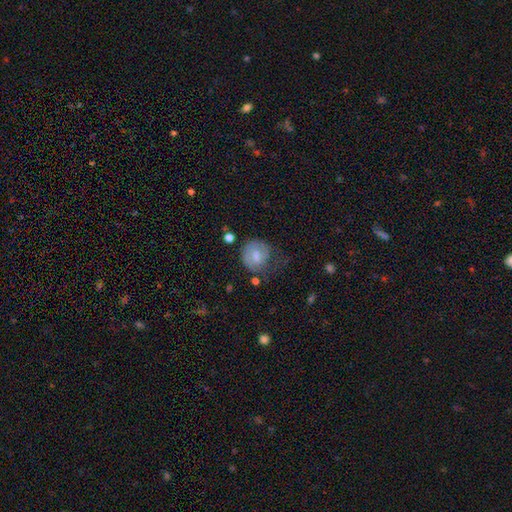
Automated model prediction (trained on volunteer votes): smooth 52%, featured or disk 40%, star or artifact 8%. Down the decision tree: how rounded — round (77%); merging — none (47%).